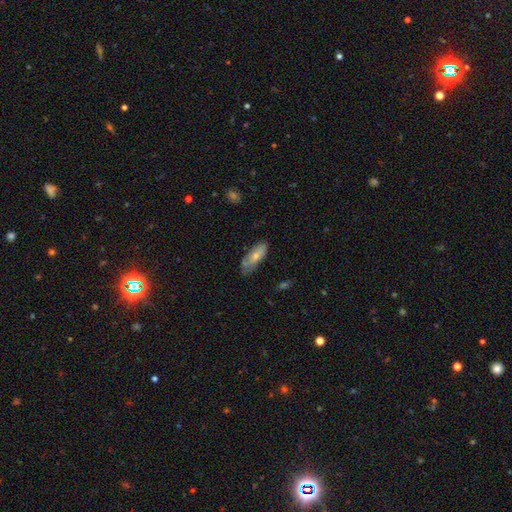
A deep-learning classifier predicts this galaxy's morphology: smooth_or_featured: smooth (p=0.65) [alt: featured or disk p=0.29]
how_rounded: in between (p=0.71) [alt: cigar-shaped p=0.27]
merging: none (p=0.63) [alt: minor disturbance p=0.27]